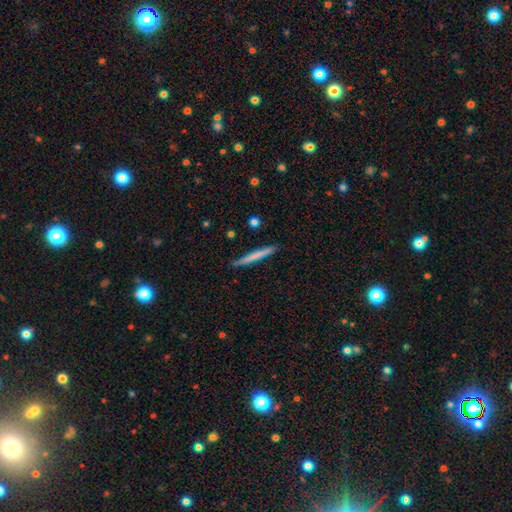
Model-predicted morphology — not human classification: This appears to be a smooth galaxy with no disk features (64%) that is cigar-shaped (97%). Merging: none (89%).